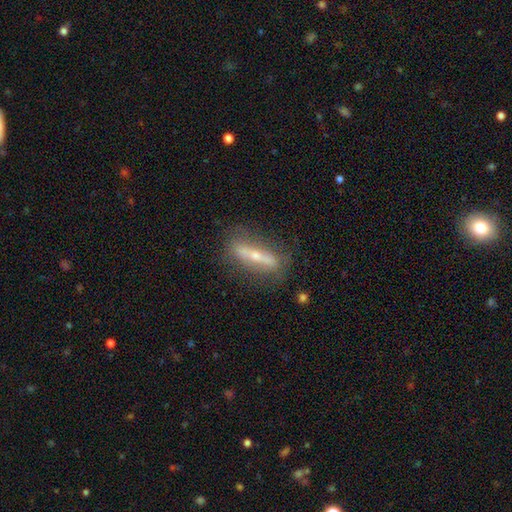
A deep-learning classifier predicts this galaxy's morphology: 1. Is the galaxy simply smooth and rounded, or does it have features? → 67% featured or disk, 25% smooth, 8% star or artifact.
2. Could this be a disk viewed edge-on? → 68% yes, 32% no.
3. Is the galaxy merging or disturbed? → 78% none, 14% minor disturbance, 6% major disturbance, 2% merger.